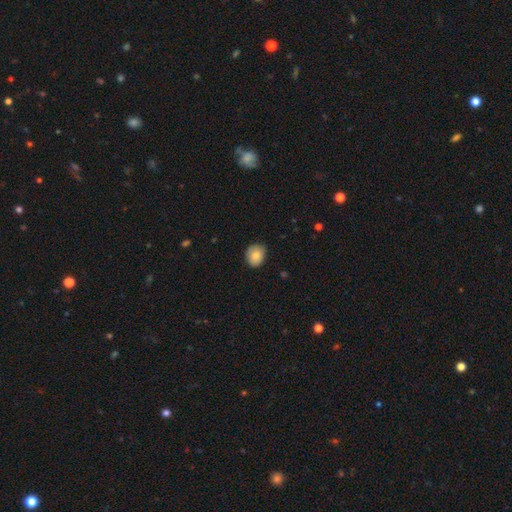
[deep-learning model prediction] smooth 84%, featured or disk 9%, star or artifact 7%. Down the decision tree: how rounded — round (62%); merging — none (79%).